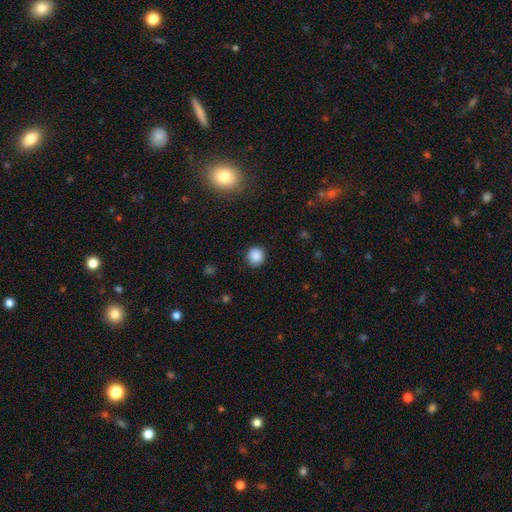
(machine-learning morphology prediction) A smooth galaxy with no disk features (87%) that is round (87%).

Vote fractions:
- Smooth or featured? smooth: 87% / star or artifact: 9% / featured or disk: 3%
- How rounded? round: 87% / in between: 12% / cigar-shaped: 1%
- Merging? none: 89% / minor disturbance: 7% / major disturbance: 2% / merger: 1%